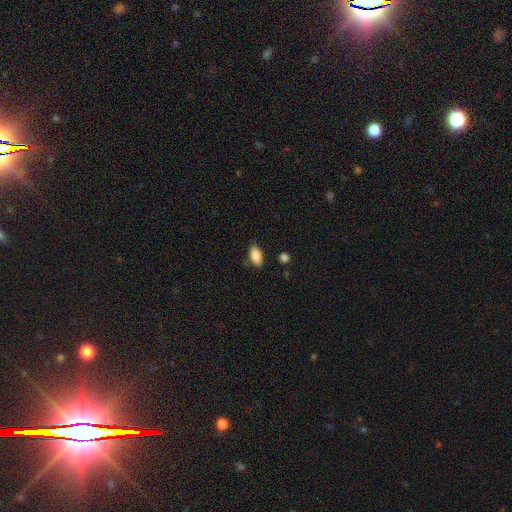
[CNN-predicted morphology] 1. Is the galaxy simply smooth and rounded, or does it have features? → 85% smooth, 8% featured or disk, 7% star or artifact.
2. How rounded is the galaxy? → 92% in between, 5% cigar-shaped, 4% round.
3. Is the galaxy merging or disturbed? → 83% none, 12% minor disturbance, 2% major disturbance, 2% merger.